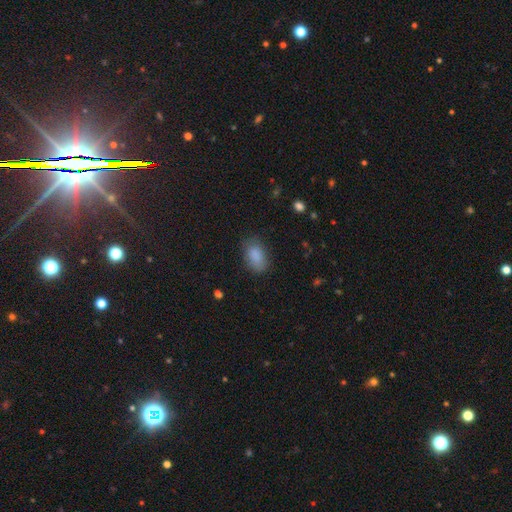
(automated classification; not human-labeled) A smooth galaxy with no disk features (87%) that is in between round and cigar-shaped (90%).

Vote fractions:
- Smooth or featured? smooth: 87% / star or artifact: 8% / featured or disk: 5%
- How rounded? in between: 90% / round: 8% / cigar-shaped: 2%
- Merging? none: 75% / minor disturbance: 19% / major disturbance: 5% / merger: 1%